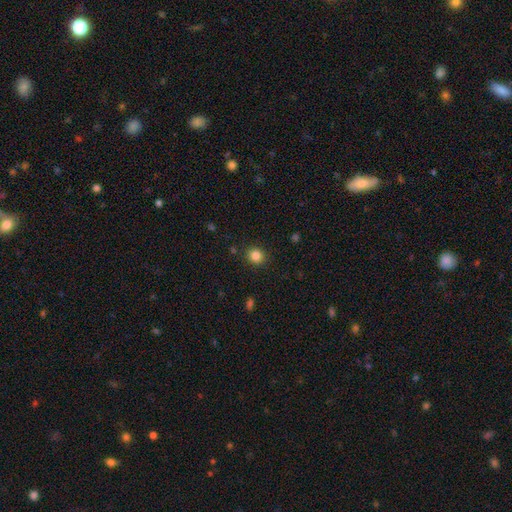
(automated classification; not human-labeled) smooth 84%, star or artifact 12%, featured or disk 5%. Down the decision tree: how rounded — round (81%); merging — none (89%).